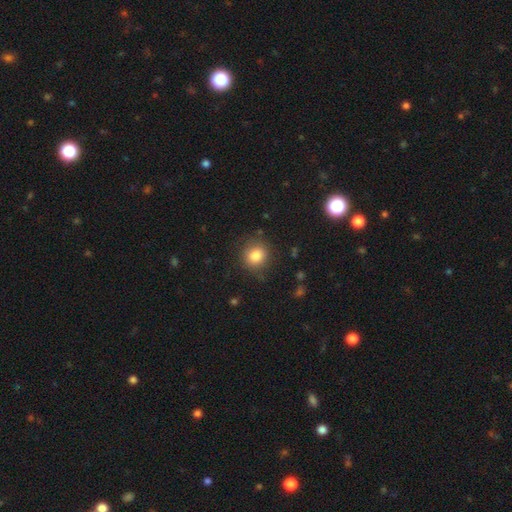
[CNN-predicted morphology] smooth-or-featured: smooth: 84% | star or artifact: 10% | featured or disk: 6%
  how-rounded: round: 84% | in between: 16% | cigar-shaped: 1%
  merging: none: 83% | minor disturbance: 12% | major disturbance: 4% | merger: 2%